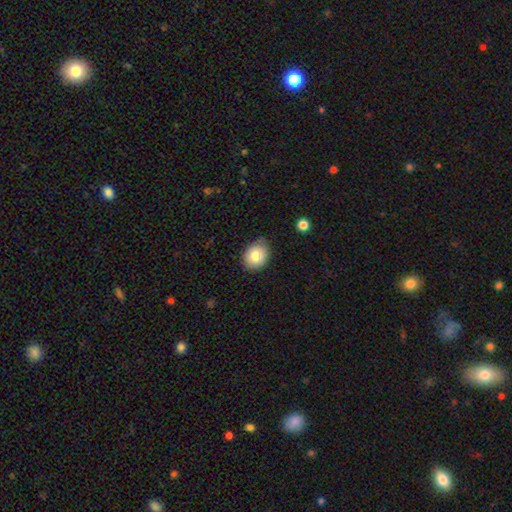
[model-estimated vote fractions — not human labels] Smooth or featured: smooth — 81% (featured or disk — 10%)
How rounded: round — 51% (in between — 48%)
Merging: none — 74% (minor disturbance — 21%)